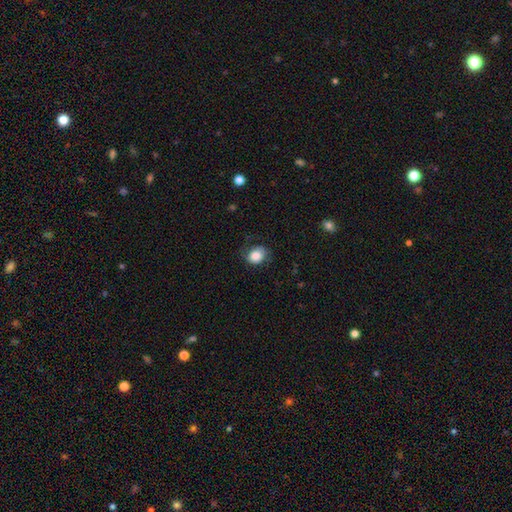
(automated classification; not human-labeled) Smooth or featured?
  - smooth: 81% *
  - featured or disk: 12%
  - star or artifact: 8%
How rounded?
  - round: 56% *
  - in between: 43%
  - cigar-shaped: 1%
Merging?
  - none: 61% *
  - minor disturbance: 26%
  - major disturbance: 12%
  - merger: 1%